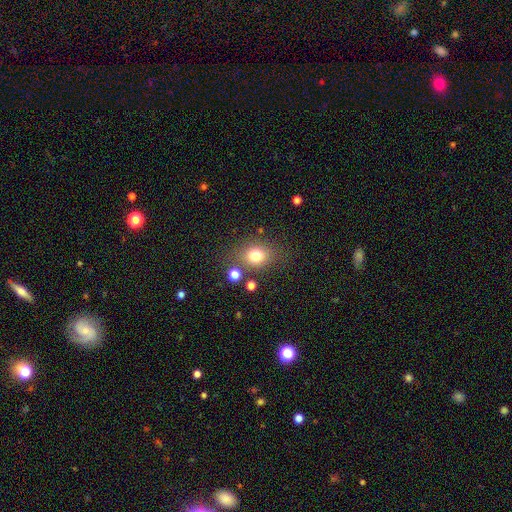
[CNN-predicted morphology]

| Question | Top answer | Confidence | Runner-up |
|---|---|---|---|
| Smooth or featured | smooth | 76% | star or artifact (14%) |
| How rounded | round | 54% | in between (45%) |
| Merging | none | 74% | minor disturbance (13%) |